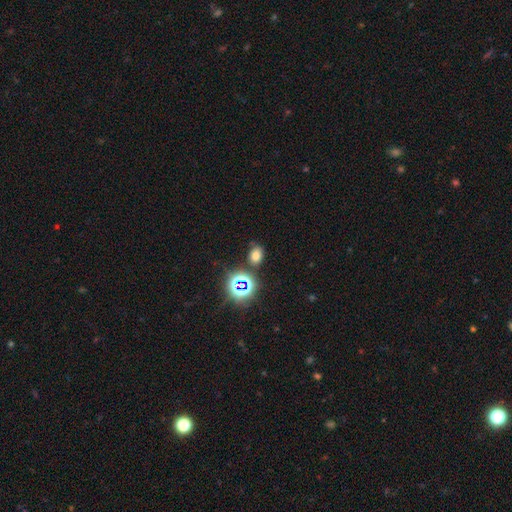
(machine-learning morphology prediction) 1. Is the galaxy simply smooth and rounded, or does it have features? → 65% smooth, 27% star or artifact, 8% featured or disk.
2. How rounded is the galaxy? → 67% in between, 32% round, 1% cigar-shaped.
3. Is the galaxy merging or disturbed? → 75% none, 14% minor disturbance, 7% merger, 5% major disturbance.